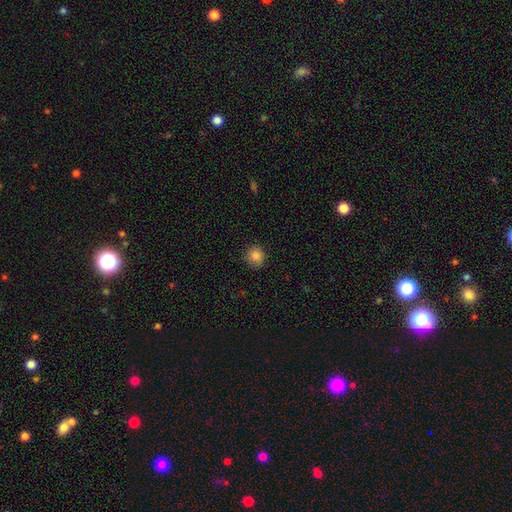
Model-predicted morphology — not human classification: Smooth or featured?
  - smooth: 85% *
  - star or artifact: 10%
  - featured or disk: 5%
How rounded?
  - round: 89% *
  - in between: 10%
  - cigar-shaped: 1%
Merging?
  - none: 88% *
  - minor disturbance: 8%
  - major disturbance: 2%
  - merger: 1%